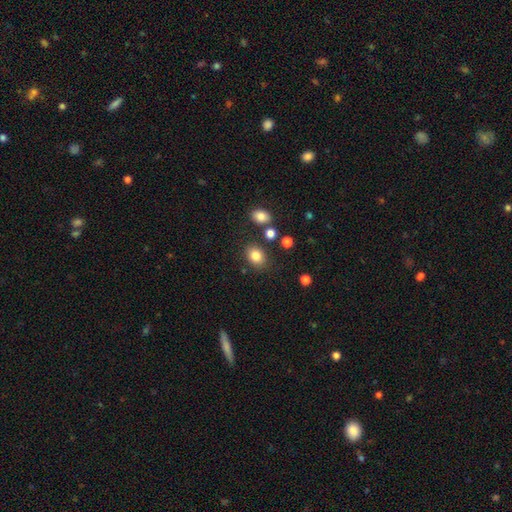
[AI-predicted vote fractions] Overall: smooth (83%). How rounded: in between (57%; round 42%). Merging: none (80%).